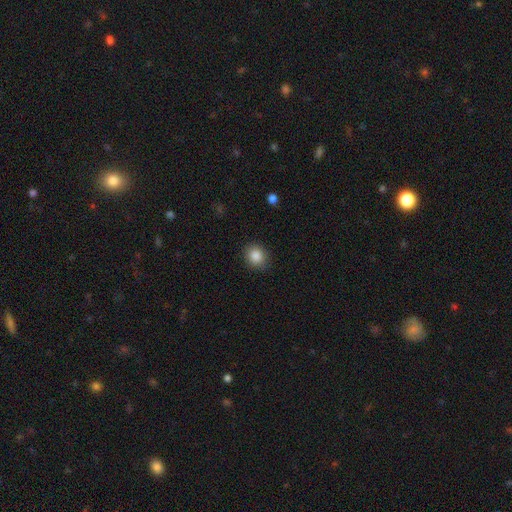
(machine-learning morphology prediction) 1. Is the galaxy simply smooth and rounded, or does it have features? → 87% smooth, 9% star or artifact, 4% featured or disk.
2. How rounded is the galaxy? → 71% round, 28% in between, 1% cigar-shaped.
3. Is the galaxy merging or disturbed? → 87% none, 9% minor disturbance, 3% major disturbance, 1% merger.